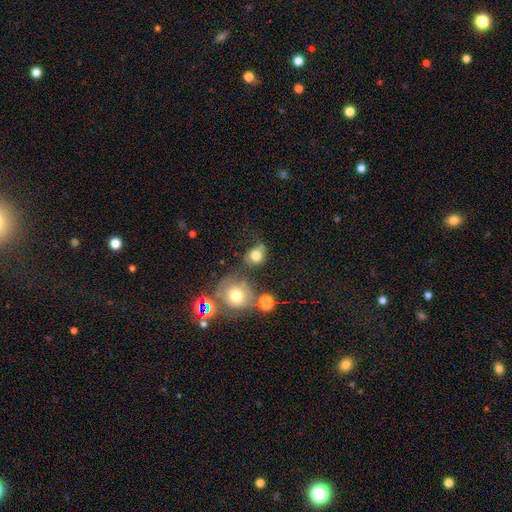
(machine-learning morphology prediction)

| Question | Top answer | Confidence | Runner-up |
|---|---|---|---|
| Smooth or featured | smooth | 72% | featured or disk (14%) |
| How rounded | round | 69% | in between (30%) |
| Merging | none | 46% | minor disturbance (23%) |